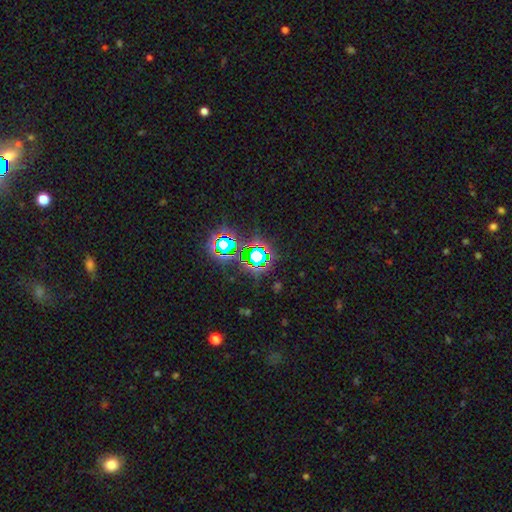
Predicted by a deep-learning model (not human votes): star or artifact 76%, smooth 15%, featured or disk 10%.